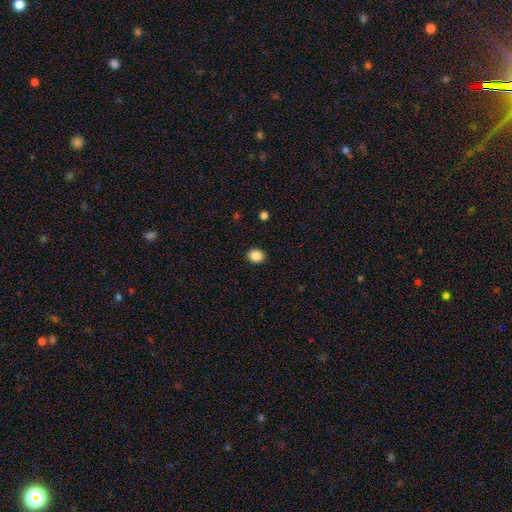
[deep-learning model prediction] This is clearly a smooth galaxy (87%). How rounded: possibly round (60%). Merging: clearly none (91%).